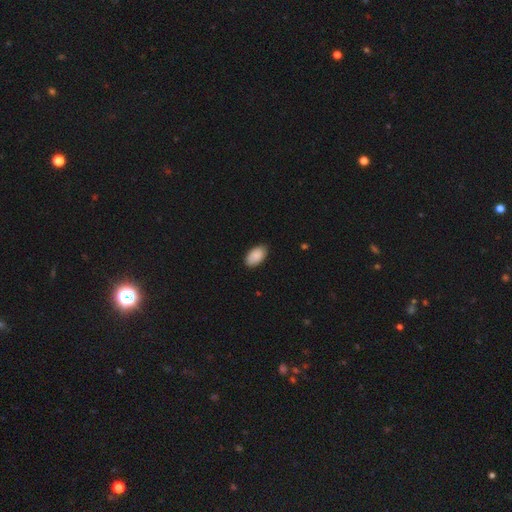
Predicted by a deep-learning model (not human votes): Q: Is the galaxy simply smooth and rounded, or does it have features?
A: smooth — 90%.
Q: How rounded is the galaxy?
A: in between — 95%.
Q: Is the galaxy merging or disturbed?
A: none — 85%.